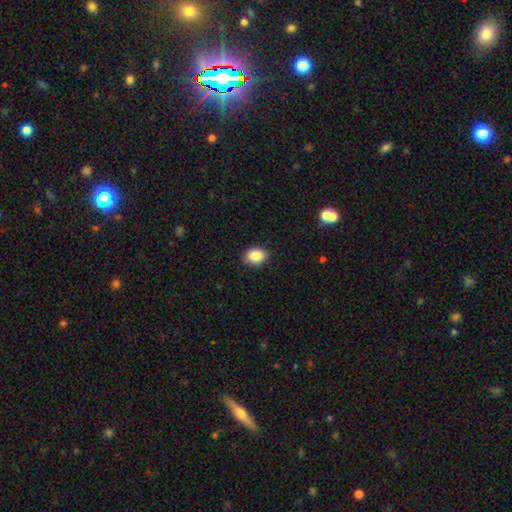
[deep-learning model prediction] Morphology: type=smooth (86%); roundness=in between (68%); merging=none (88%).